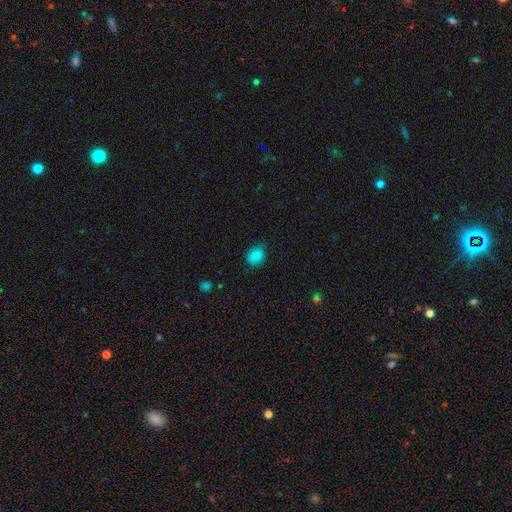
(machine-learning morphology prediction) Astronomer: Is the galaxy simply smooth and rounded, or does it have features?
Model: smooth — 83%.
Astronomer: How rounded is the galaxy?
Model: round — 51% (runner-up: in between, 48%).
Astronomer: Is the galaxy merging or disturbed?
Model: none — 66%.